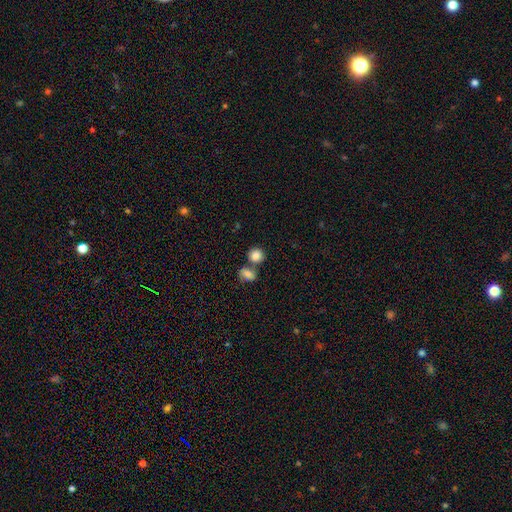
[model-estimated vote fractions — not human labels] Overall: smooth (85%). How rounded: round (80%). Merging: none (52%; merger 36%).